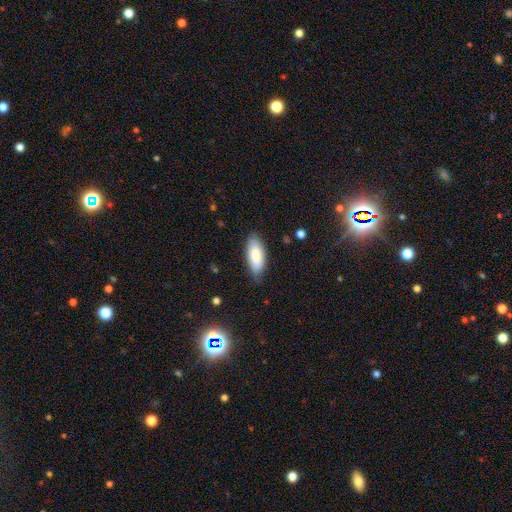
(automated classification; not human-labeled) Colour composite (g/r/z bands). It shows a smooth galaxy with no disk features (83%) that is in between round and cigar-shaped (85%). Merging: none (80%).